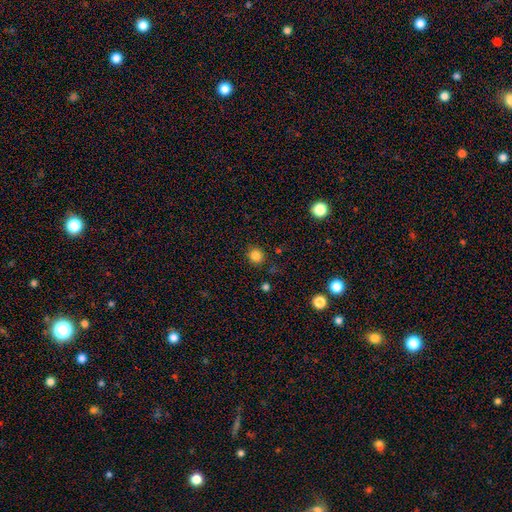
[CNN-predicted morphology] Q: Smooth or featured?
A: smooth (83%); runner-up: star or artifact (13%)
Q: How rounded?
A: round (90%); runner-up: in between (9%)
Q: Merging?
A: none (88%); runner-up: minor disturbance (7%)